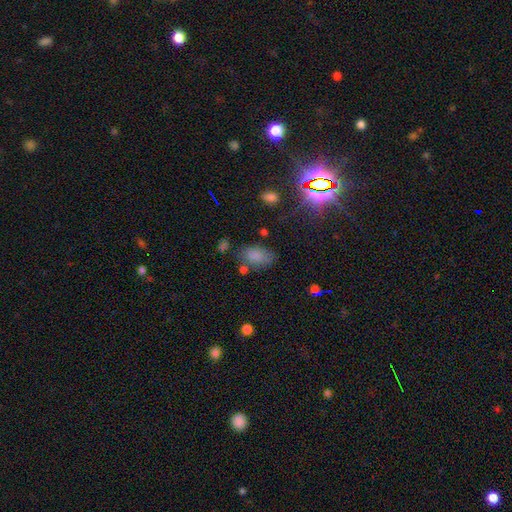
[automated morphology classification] The model was most divided on "merging": none: 65%, minor disturbance: 20%, merger: 8%, major disturbance: 7%. More confident: how rounded — in between (89%); smooth or featured — smooth (78%).